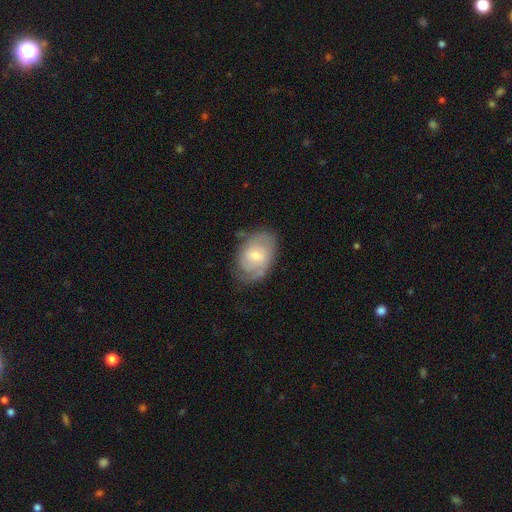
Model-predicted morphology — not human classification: type=featured or disk (58%); edge-on=no (96%); bar=weak (50%); spiral arms=yes (81%); bulge=moderate (47%); merging=none (63%).